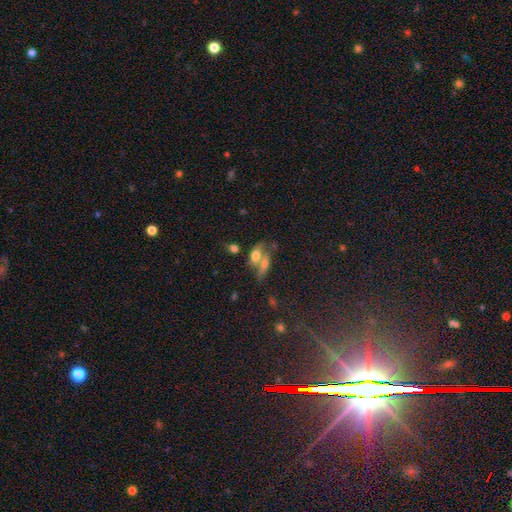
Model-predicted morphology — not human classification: This is likely a smooth galaxy (62%). How rounded: likely in between (77%). Merging: possibly merger (54%).